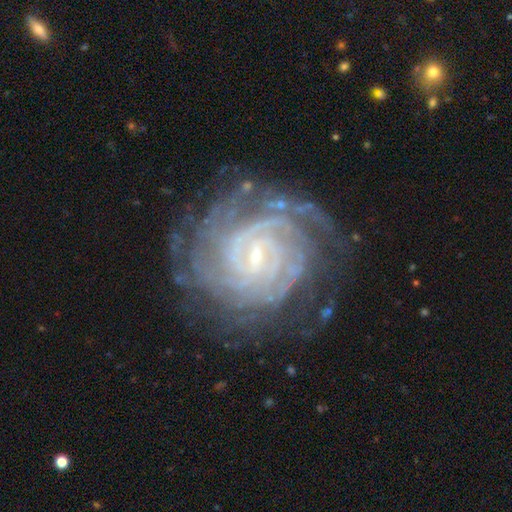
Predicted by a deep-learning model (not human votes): smooth-or-featured: featured or disk: 91% | star or artifact: 5% | smooth: 4%
  disk-edge-on: no: 98% | yes: 2%
    bar: weak: 53% | strong: 25% | no: 22%
    has-spiral-arms: yes: 98% | no: 2%
      spiral-winding: tight: 84% | medium: 14% | loose: 2%
      spiral-arm-count: can't tell: 22% | 2: 21% | 4: 20% | 3: 16% | more than 4: 13% | 1: 8%
    bulge-size: small: 76% | moderate: 16% | none: 6% | large: 1% | dominant: 1%
  merging: none: 76% | minor disturbance: 16% | major disturbance: 6% | merger: 2%